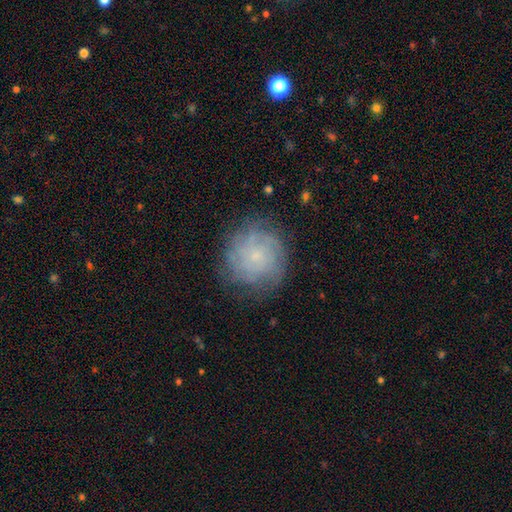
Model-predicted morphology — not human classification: This appears to be a featured or disk galaxy (53%) with no bar (83%), spiral arms (80%) and a small central bulge (70%). Merging: none (76%).